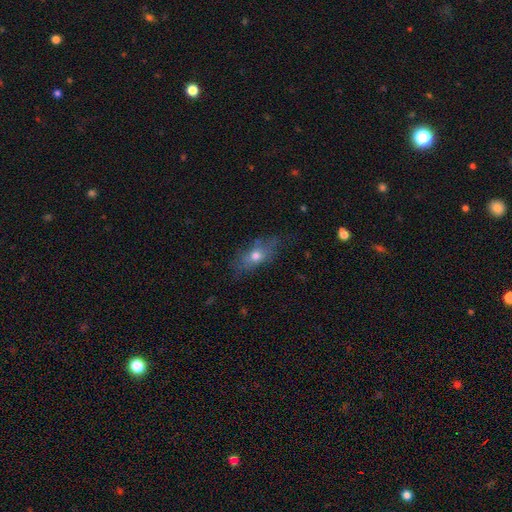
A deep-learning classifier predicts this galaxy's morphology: Smooth or featured: smooth — 56% (featured or disk — 33%)
How rounded: in between — 68% (cigar-shaped — 22%)
Merging: none — 69% (minor disturbance — 21%)